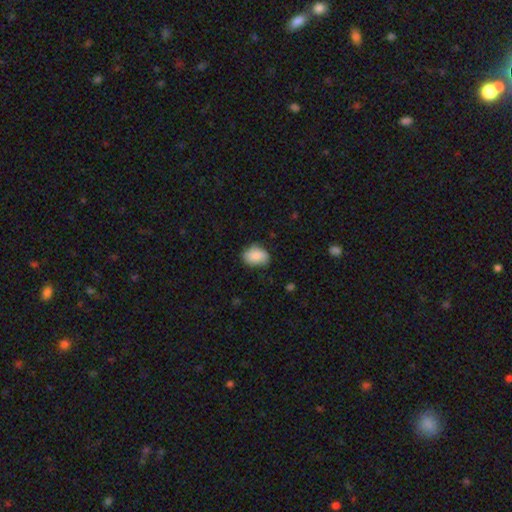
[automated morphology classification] Overall: smooth (88%). How rounded: in between (74%). Merging: none (73%).